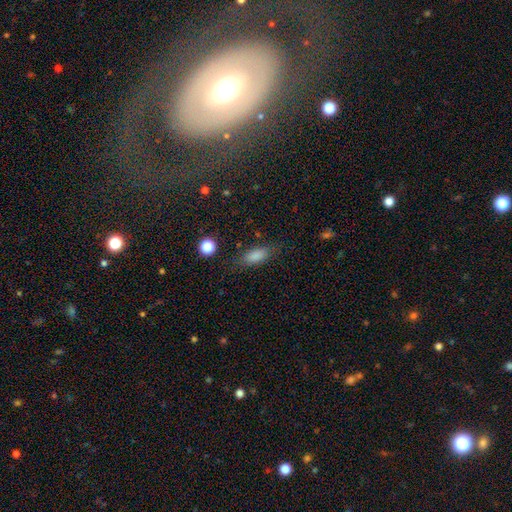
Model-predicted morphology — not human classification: Smooth or featured? Predicted: smooth (p=0.83). How rounded? Predicted: in between (p=0.79). Merging? Predicted: none (p=0.77).